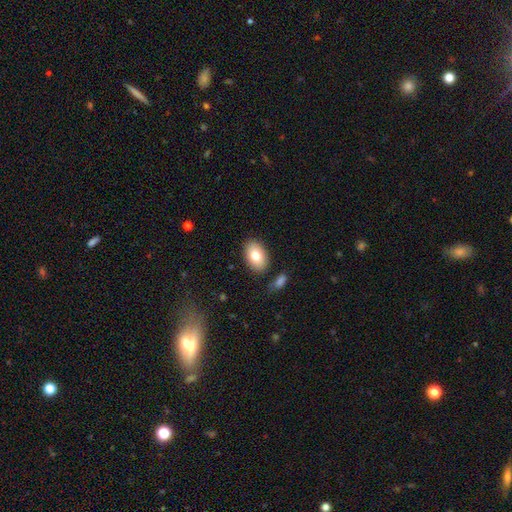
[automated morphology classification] Q: Smooth or featured?
A: smooth (78%); runner-up: featured or disk (15%)
Q: How rounded?
A: in between (89%); runner-up: round (10%)
Q: Merging?
A: none (83%); runner-up: minor disturbance (11%)